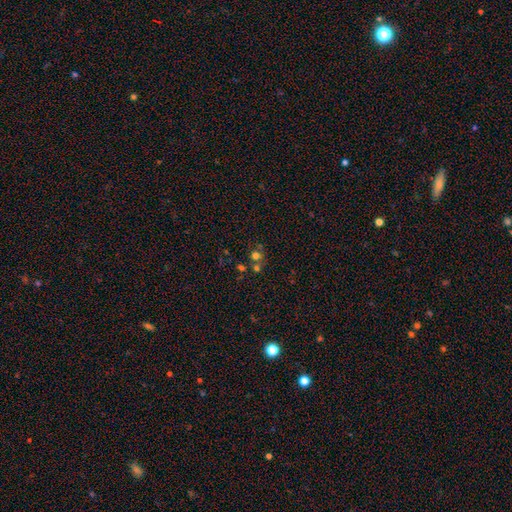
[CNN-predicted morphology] Smooth or featured?
  - smooth: 62% *
  - star or artifact: 24%
  - featured or disk: 13%
How rounded?
  - round: 85% *
  - in between: 14%
  - cigar-shaped: 1%
Merging?
  - none: 52% *
  - merger: 35%
  - minor disturbance: 8%
  - major disturbance: 5%